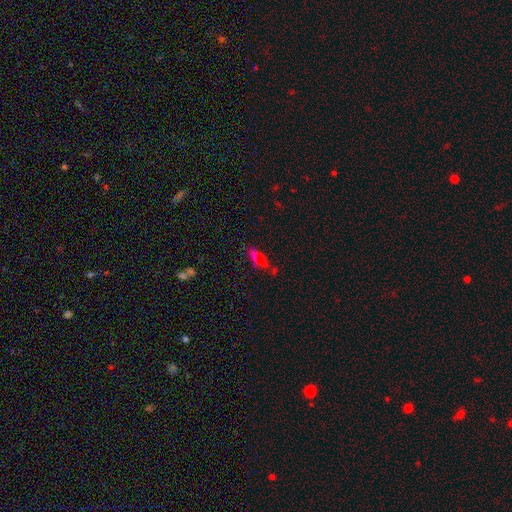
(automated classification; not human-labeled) A smooth galaxy with no disk features (52%) that is cigar-shaped (61%). Merging: none (59%).